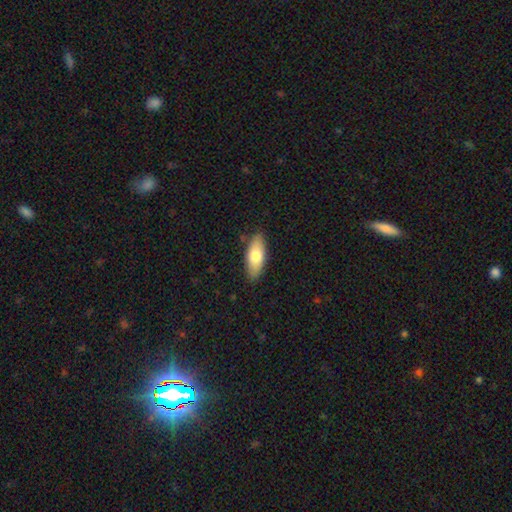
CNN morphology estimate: A smooth galaxy with no disk features (73%) that is in between round and cigar-shaped (79%).

Vote fractions:
- Smooth or featured? smooth: 73% / featured or disk: 21% / star or artifact: 6%
- How rounded? in between: 79% / cigar-shaped: 18% / round: 2%
- Merging? none: 86% / minor disturbance: 11% / major disturbance: 2% / merger: 1%